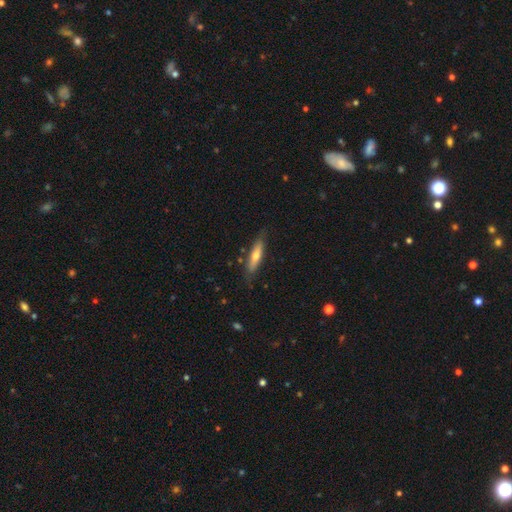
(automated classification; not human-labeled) Smooth or featured?
  - smooth: 57% *
  - featured or disk: 37%
  - star or artifact: 6%
How rounded?
  - cigar-shaped: 74% *
  - in between: 24%
  - round: 2%
Merging?
  - none: 78% *
  - minor disturbance: 17%
  - major disturbance: 3%
  - merger: 2%